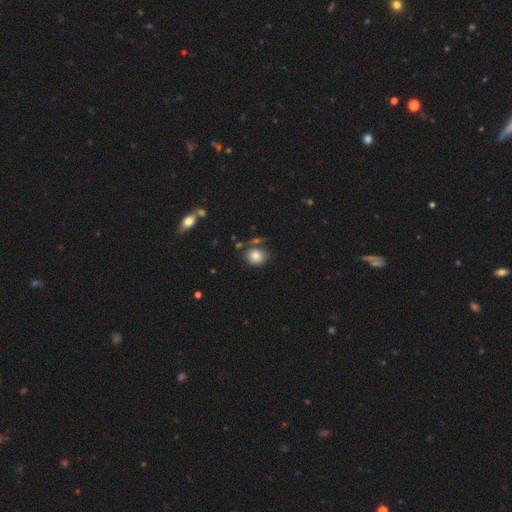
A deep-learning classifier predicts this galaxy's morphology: Q: Smooth or featured?
A: smooth (82%); runner-up: star or artifact (10%)
Q: How rounded?
A: round (67%); runner-up: in between (32%)
Q: Merging?
A: none (68%); runner-up: minor disturbance (15%)